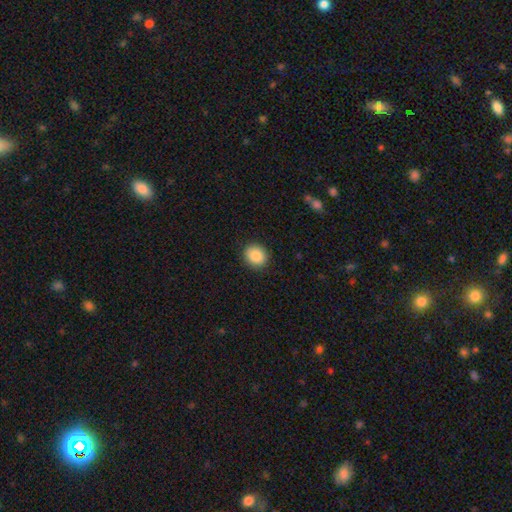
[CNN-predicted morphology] smooth_or_featured: smooth (p=0.88) [alt: star or artifact p=0.08]
how_rounded: round (p=0.77) [alt: in between p=0.22]
merging: none (p=0.90) [alt: minor disturbance p=0.07]